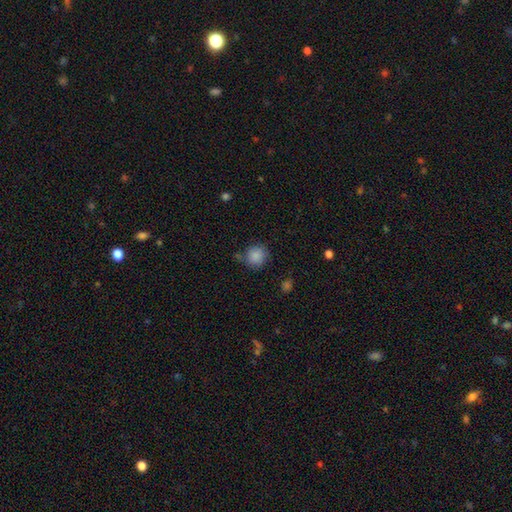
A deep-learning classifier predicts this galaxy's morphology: Smooth or featured?
  - smooth: 87% *
  - star or artifact: 9%
  - featured or disk: 5%
How rounded?
  - round: 89% *
  - in between: 10%
  - cigar-shaped: 1%
Merging?
  - none: 75% *
  - minor disturbance: 16%
  - merger: 5%
  - major disturbance: 4%